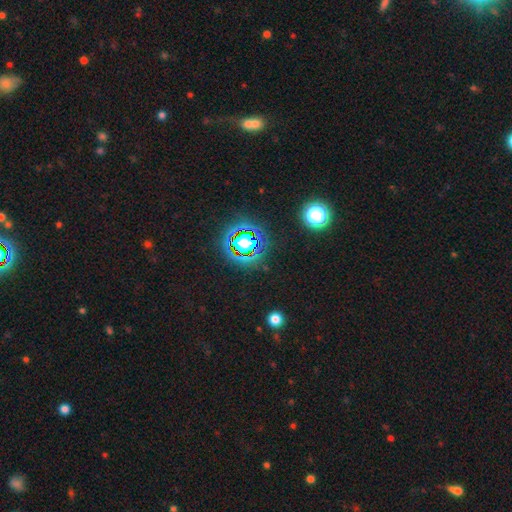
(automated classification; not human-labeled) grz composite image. It shows a star or artifact, not a galaxy (77%).